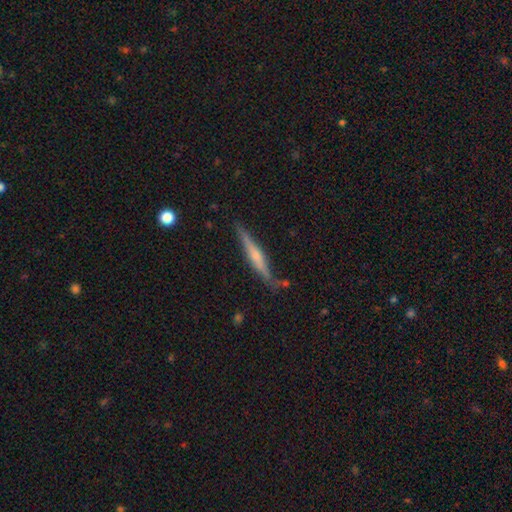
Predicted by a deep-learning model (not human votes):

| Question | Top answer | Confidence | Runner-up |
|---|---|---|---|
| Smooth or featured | featured or disk | 66% | smooth (28%) |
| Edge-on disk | yes | 96% | no (4%) |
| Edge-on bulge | rounded | 66% | none (21%) |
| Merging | none | 80% | minor disturbance (14%) |